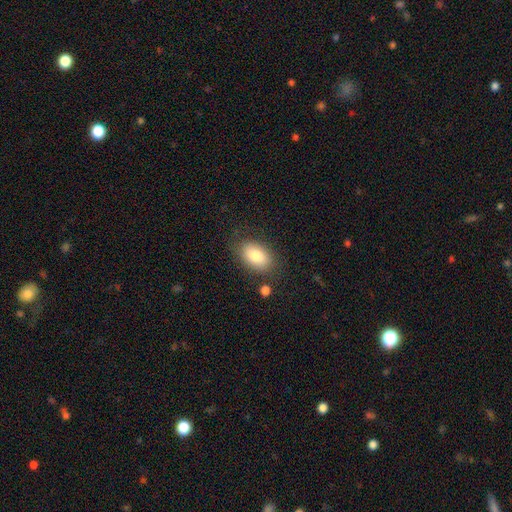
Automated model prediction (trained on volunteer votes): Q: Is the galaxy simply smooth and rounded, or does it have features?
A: smooth — 81%.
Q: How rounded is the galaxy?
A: in between — 89%.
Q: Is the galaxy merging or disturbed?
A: none — 78%.